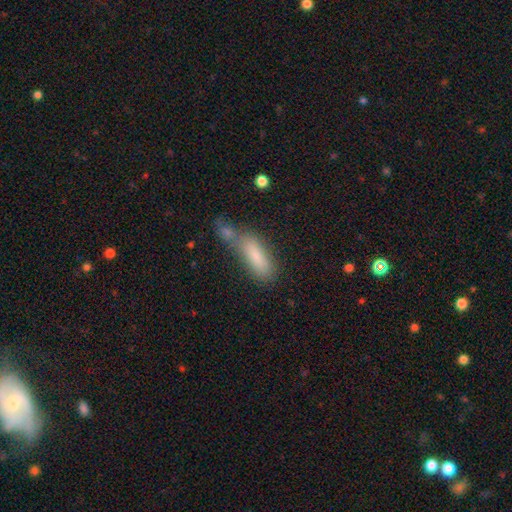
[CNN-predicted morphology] The model was most divided on "how rounded": in between: 51%, cigar-shaped: 47%, round: 2%. Remaining: smooth or featured — smooth (81%); merging — none (42%).